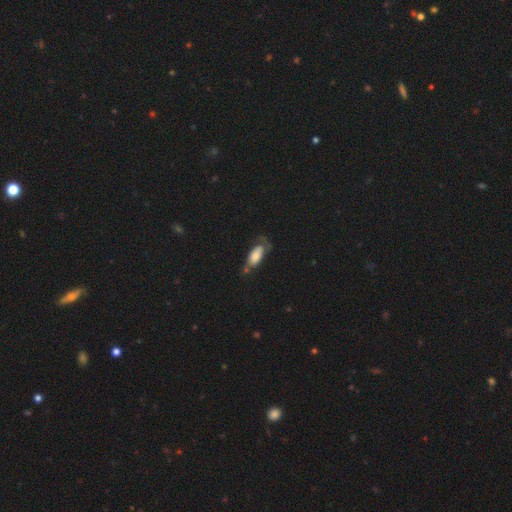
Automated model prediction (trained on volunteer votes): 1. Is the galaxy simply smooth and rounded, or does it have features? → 65% smooth, 28% featured or disk, 7% star or artifact.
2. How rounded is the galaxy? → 85% in between, 12% cigar-shaped, 3% round.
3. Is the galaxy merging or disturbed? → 42% none, 29% minor disturbance, 23% major disturbance, 6% merger.